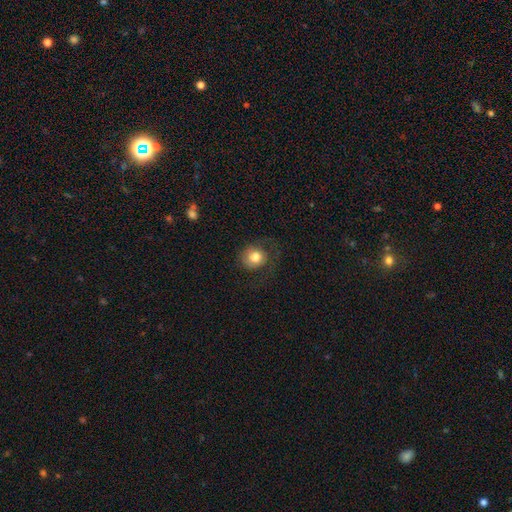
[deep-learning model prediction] smooth 73%, featured or disk 18%, star or artifact 8%. Down the decision tree: how rounded — round (80%); merging — none (57%).